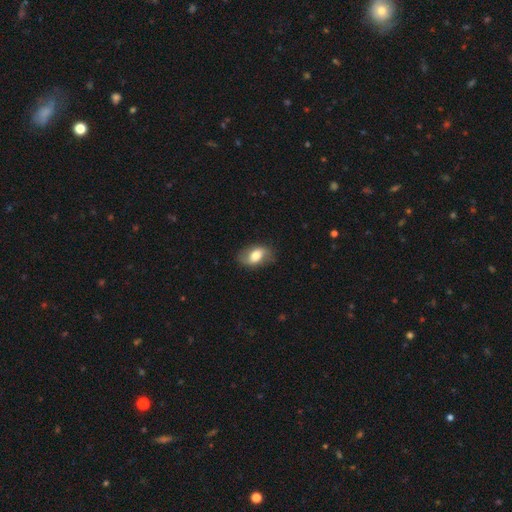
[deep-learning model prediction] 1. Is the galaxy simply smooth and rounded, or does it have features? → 55% smooth, 37% featured or disk, 7% star or artifact.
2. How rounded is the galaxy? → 86% in between, 11% round, 2% cigar-shaped.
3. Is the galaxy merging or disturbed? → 76% none, 17% minor disturbance, 5% major disturbance, 1% merger.